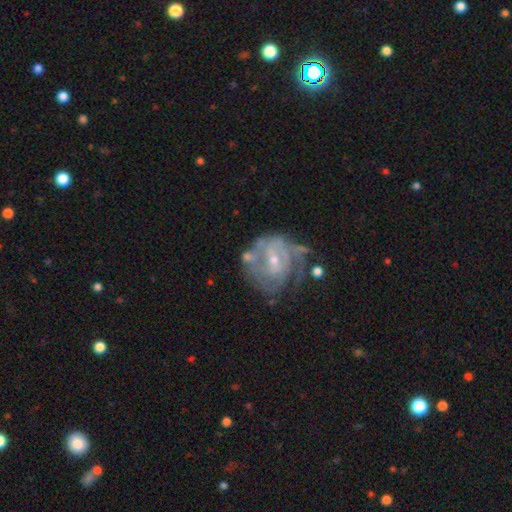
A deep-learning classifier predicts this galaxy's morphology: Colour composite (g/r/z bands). It shows a featured or disk galaxy (82%) with a weak bar (47%), tight (59%) spiral arms (87%) and a small central bulge (63%). Merging: none (45%).